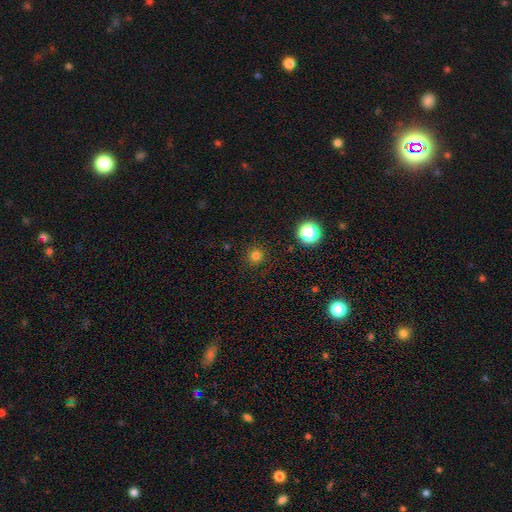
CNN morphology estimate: smooth-or-featured: smooth: 77% | star or artifact: 18% | featured or disk: 5%
  how-rounded: round: 94% | in between: 5% | cigar-shaped: 1%
  merging: none: 90% | minor disturbance: 6% | major disturbance: 2% | merger: 1%